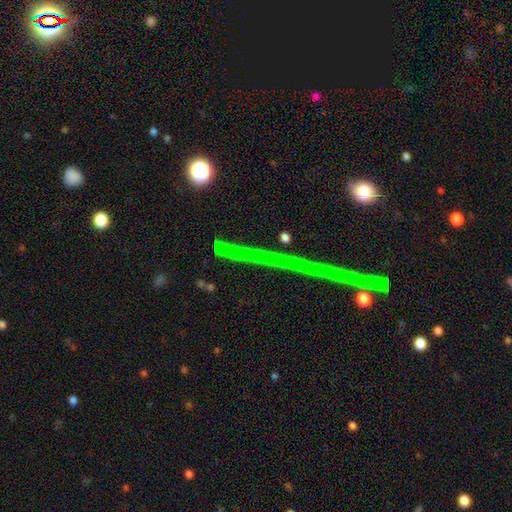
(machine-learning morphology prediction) star or artifact 72%, featured or disk 17%, smooth 11%.